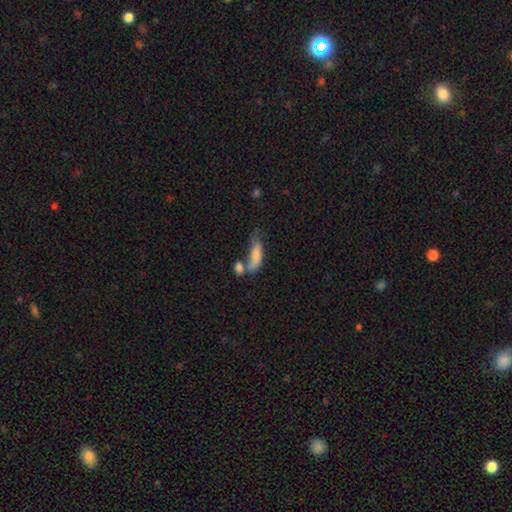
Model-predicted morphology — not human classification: Smooth or featured? smooth (74%)
How rounded? in between (55%)
Merging? merger (38%)